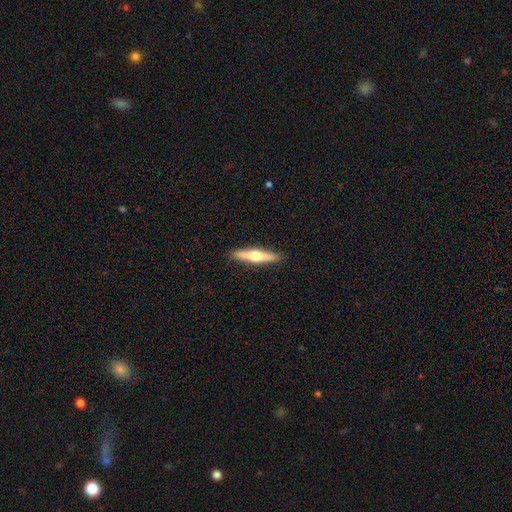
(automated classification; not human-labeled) Smooth or featured: featured or disk — 56% (smooth — 39%)
Edge-on disk: yes — 96% (no — 4%)
Edge-on bulge: rounded — 93% (none — 4%)
Merging: none — 91% (minor disturbance — 7%)